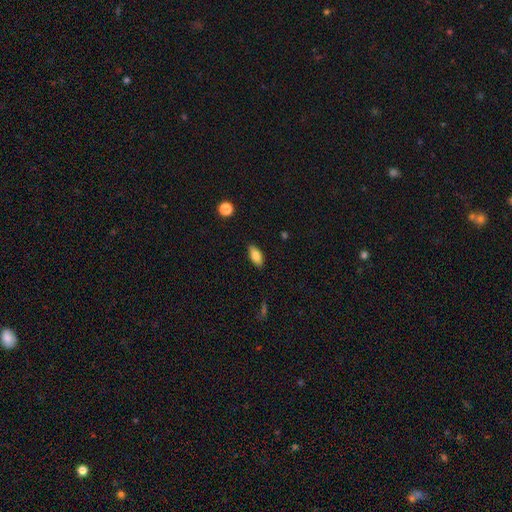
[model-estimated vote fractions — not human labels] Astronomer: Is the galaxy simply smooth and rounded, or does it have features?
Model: smooth — 82%.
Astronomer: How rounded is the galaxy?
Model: in between — 87%.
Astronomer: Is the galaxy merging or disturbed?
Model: none — 87%.